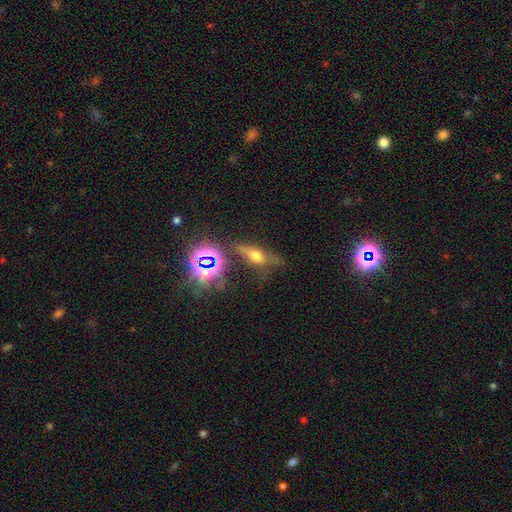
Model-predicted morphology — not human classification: Smooth or featured? smooth (41%)
Merging? none (55%)